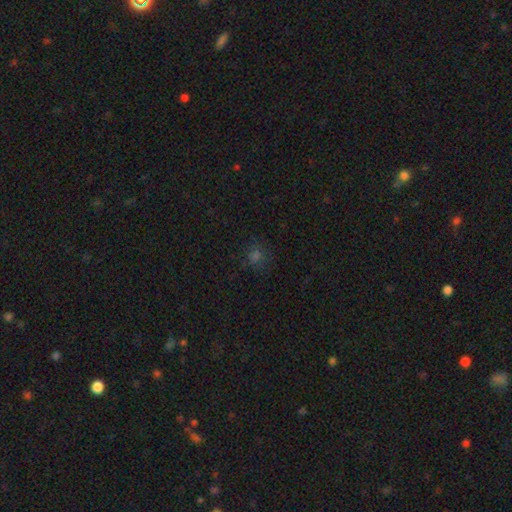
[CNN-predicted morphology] Overall: smooth (60%; star or artifact 33%). How rounded: round (80%). Merging: none (81%).